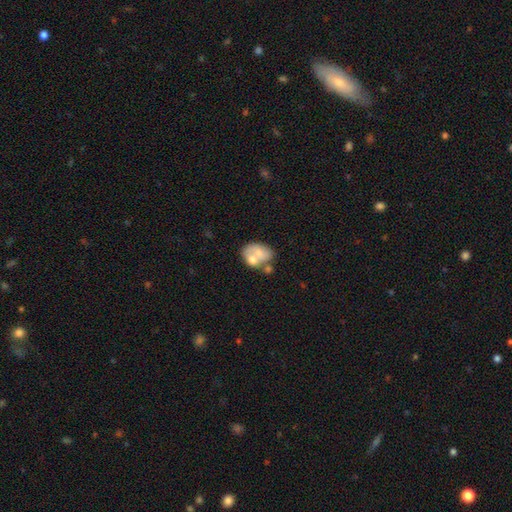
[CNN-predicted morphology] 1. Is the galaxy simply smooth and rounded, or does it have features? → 56% smooth, 36% featured or disk, 8% star or artifact.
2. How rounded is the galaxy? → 76% in between, 23% round, 1% cigar-shaped.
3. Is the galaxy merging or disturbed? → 45% merger, 27% none, 17% minor disturbance, 11% major disturbance.